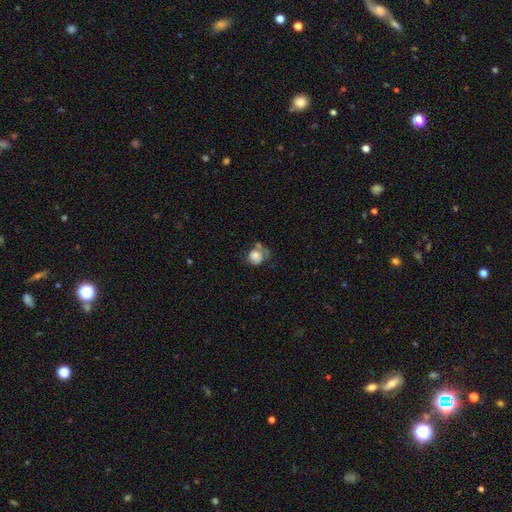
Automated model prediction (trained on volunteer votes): Smooth or featured? Predicted: smooth (p=0.68). How rounded? Predicted: round (p=0.71). Merging? Predicted: none (p=0.38).